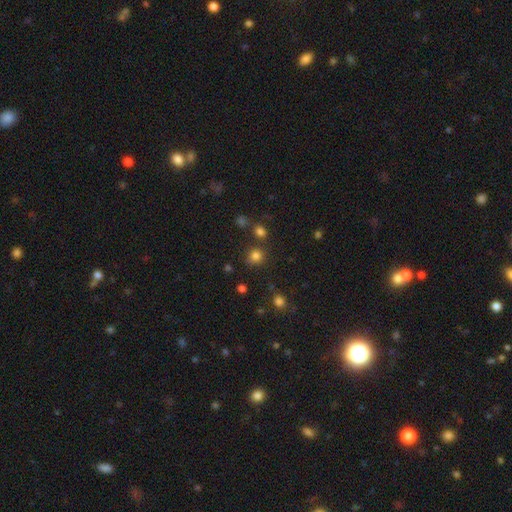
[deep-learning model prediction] Smooth or featured: smooth — 79% (star or artifact — 16%)
How rounded: round — 84% (in between — 15%)
Merging: none — 78% (minor disturbance — 11%)